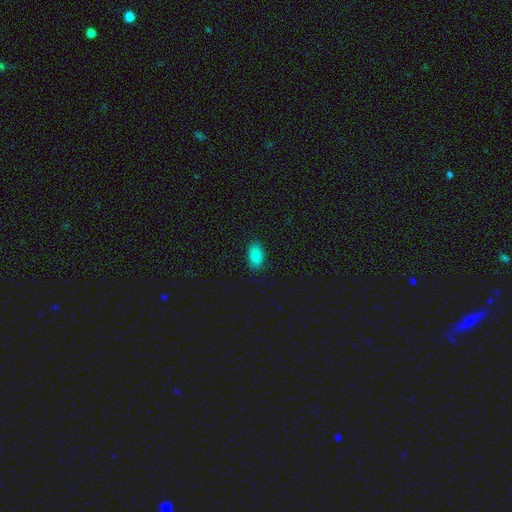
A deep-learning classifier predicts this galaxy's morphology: Smooth or featured? smooth (88%)
How rounded? in between (94%)
Merging? none (89%)